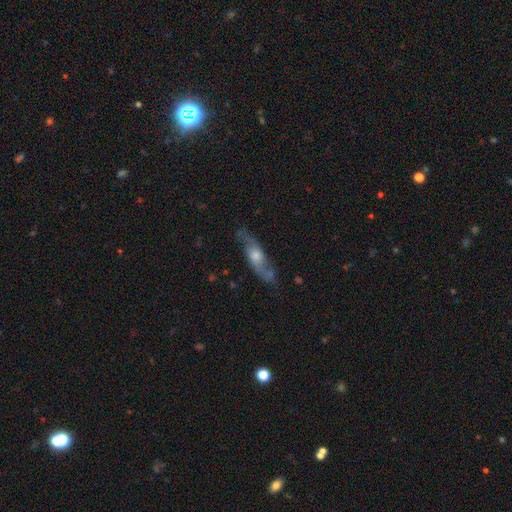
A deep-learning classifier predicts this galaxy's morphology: The model was most divided on "edge-on disk": no: 61%, yes: 39%. More confident: merging — none (72%); smooth or featured — featured or disk (72%).